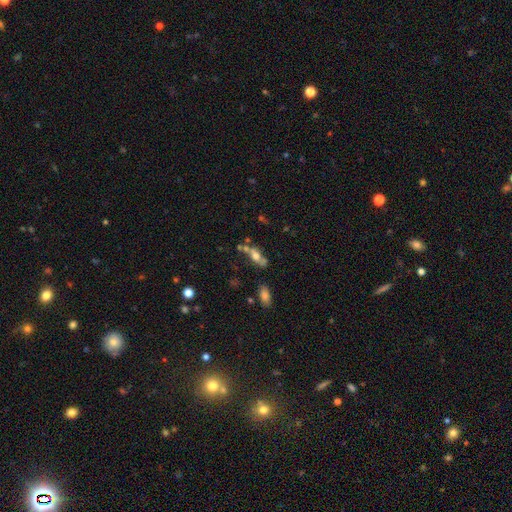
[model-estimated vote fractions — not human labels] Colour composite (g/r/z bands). It shows a smooth galaxy with no disk features (53%) that is in between round and cigar-shaped (69%). Merging: none (47%).